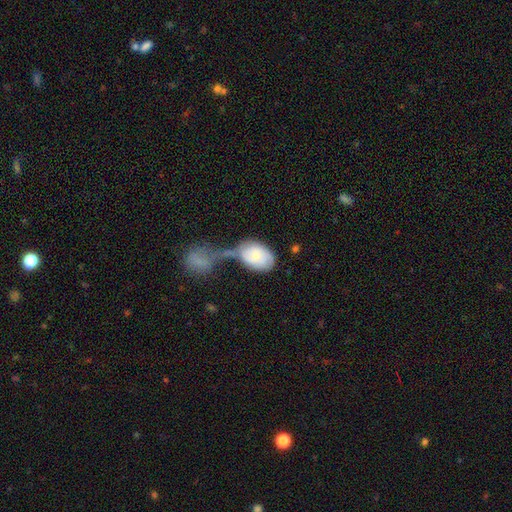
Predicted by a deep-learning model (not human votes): A smooth galaxy with no disk features (58%) that is in between round and cigar-shaped (80%). Merging: merger (41%).